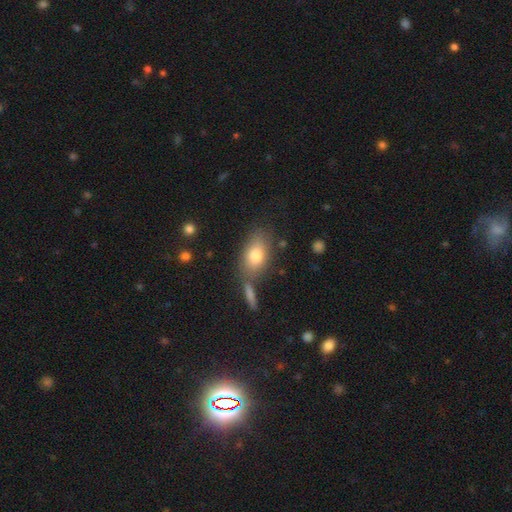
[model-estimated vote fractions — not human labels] Smooth or featured? smooth (77%)
How rounded? in between (85%)
Merging? none (67%)